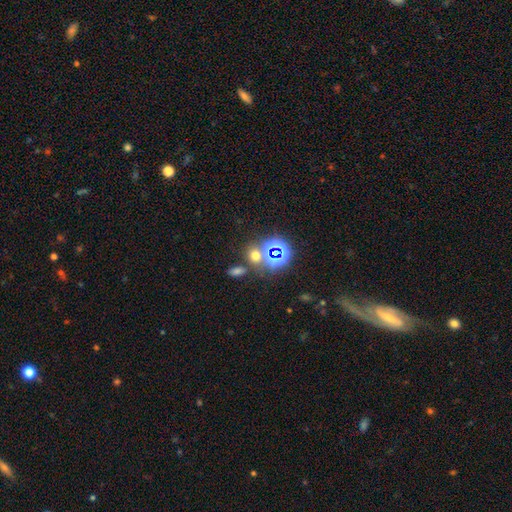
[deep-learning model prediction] Morphology: type=smooth (54%); roundness=round (57%); merging=none (68%).